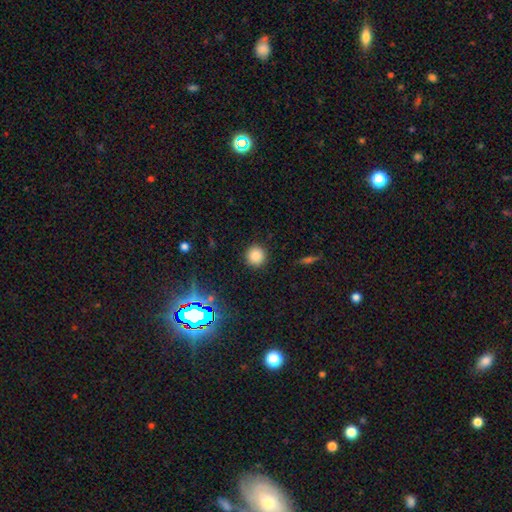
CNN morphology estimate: A smooth galaxy with no disk features (81%) that is round (95%). Merging: none (91%).